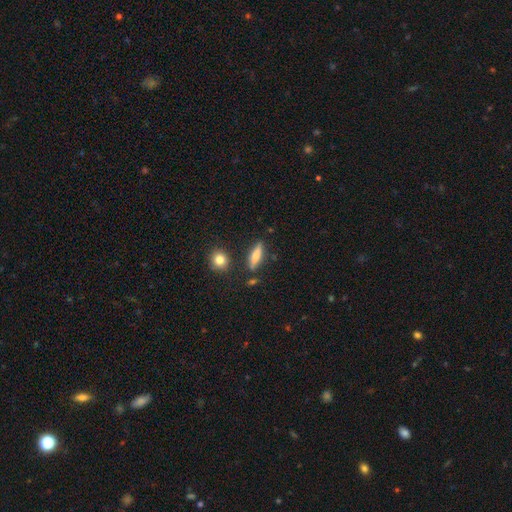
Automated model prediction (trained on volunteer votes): smooth 63%, featured or disk 29%, star or artifact 8%. Down the decision tree: how rounded — cigar-shaped (66%); merging — none (82%).